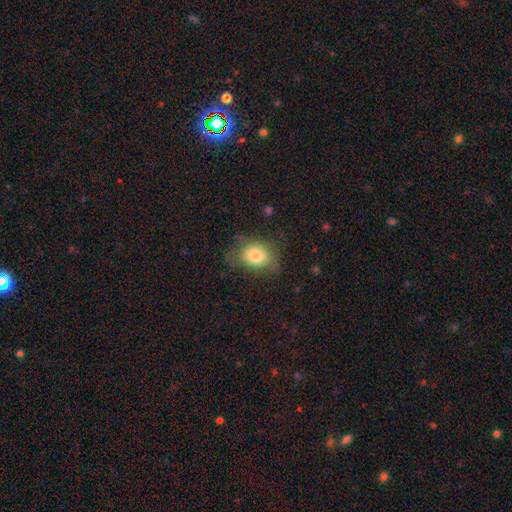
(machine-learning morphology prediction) This is likely a smooth galaxy (77%). How rounded: possibly in between (60%). Merging: likely none (62%).